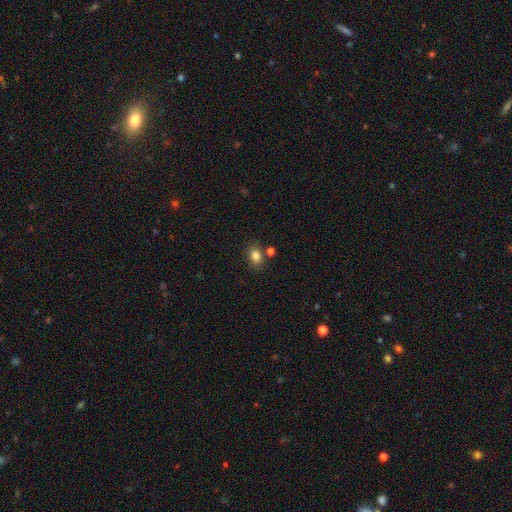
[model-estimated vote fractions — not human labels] Overall: smooth (83%). How rounded: in between (60%; round 39%). Merging: none (76%).